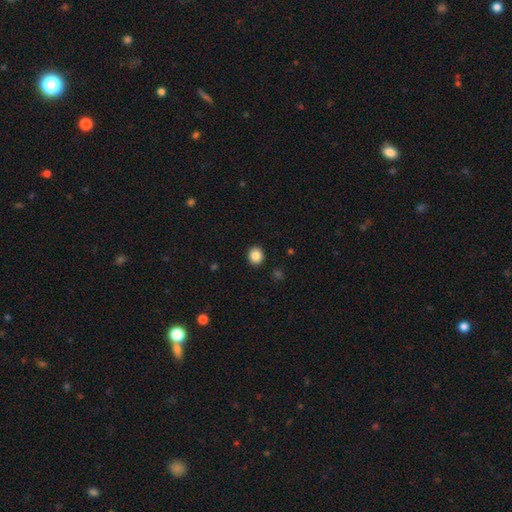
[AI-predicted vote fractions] smooth_or_featured: smooth (p=0.87) [alt: star or artifact p=0.09]
how_rounded: round (p=0.81) [alt: in between p=0.18]
merging: none (p=0.92) [alt: minor disturbance p=0.05]